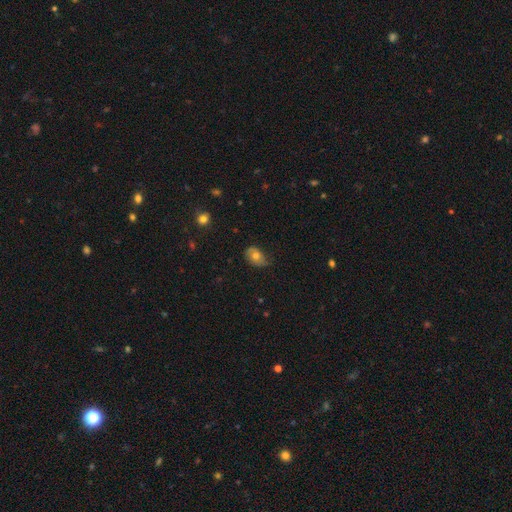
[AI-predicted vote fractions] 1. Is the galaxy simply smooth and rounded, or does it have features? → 63% smooth, 28% featured or disk, 9% star or artifact.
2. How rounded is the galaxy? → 81% in between, 17% round, 1% cigar-shaped.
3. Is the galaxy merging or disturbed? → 57% none, 33% minor disturbance, 8% major disturbance, 1% merger.